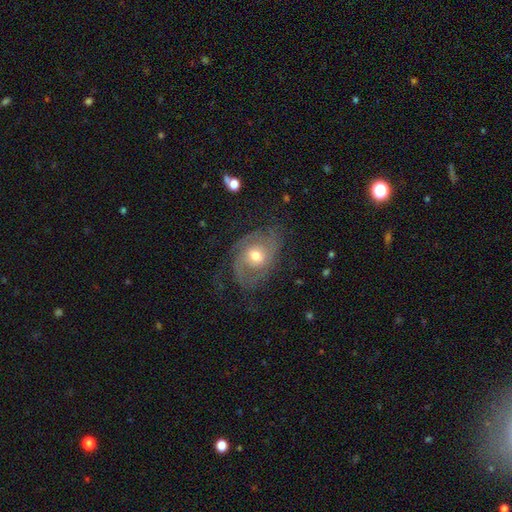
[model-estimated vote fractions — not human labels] This is likely a featured or disk galaxy (79%). It is clearly not viewed edge-on (97%). Bar: likely no (73%). Spiral arm pattern: clearly yes (91%). Spiral arm count: possibly 2 (51%). Spiral winding: marginally tight (44%). Central bulge: likely moderate (74%). Merging: likely none (66%).